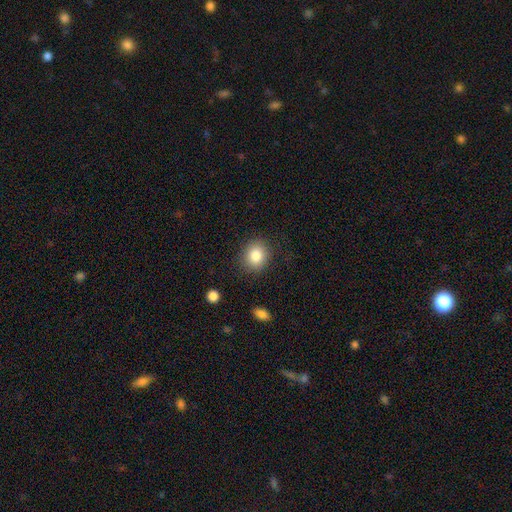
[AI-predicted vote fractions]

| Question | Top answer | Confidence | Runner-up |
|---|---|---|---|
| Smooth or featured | smooth | 84% | star or artifact (9%) |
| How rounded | round | 74% | in between (25%) |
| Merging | none | 86% | minor disturbance (9%) |